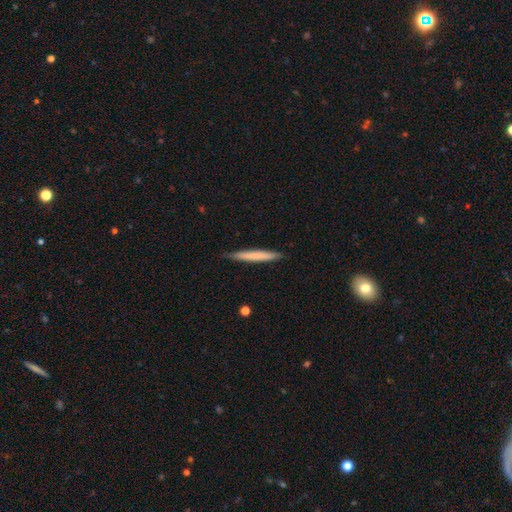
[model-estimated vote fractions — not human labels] smooth-or-featured: smooth: 70% | featured or disk: 25% | star or artifact: 5%
  how-rounded: cigar-shaped: 96% | in between: 3% | round: 1%
  merging: none: 87% | minor disturbance: 10% | major disturbance: 2% | merger: 1%